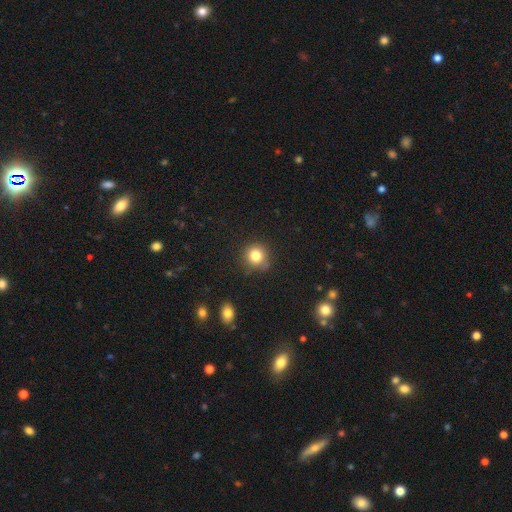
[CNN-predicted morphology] A smooth galaxy with no disk features (81%) that is round (90%). Merging: none (80%).